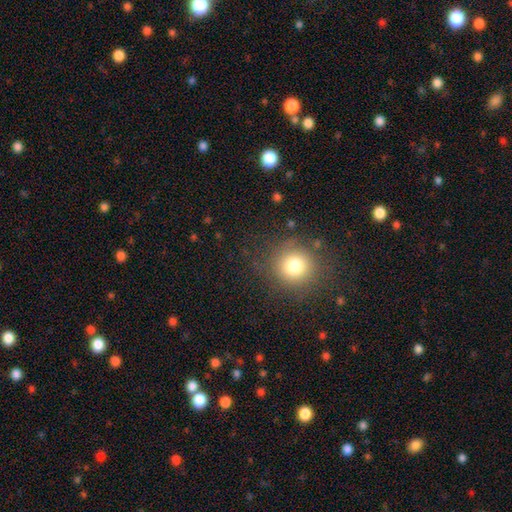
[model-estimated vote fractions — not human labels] smooth-or-featured: smooth: 63% | star or artifact: 30% | featured or disk: 7%
  how-rounded: round: 91% | in between: 8% | cigar-shaped: 1%
  merging: none: 90% | minor disturbance: 6% | major disturbance: 3% | merger: 2%